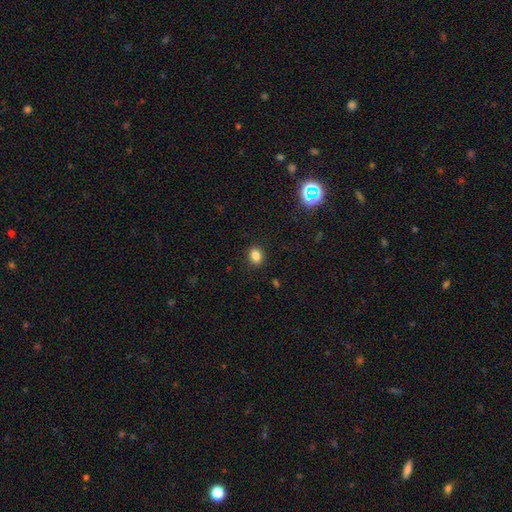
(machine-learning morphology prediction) smooth 83%, star or artifact 12%, featured or disk 5%. Down the decision tree: how rounded — in between (61%); merging — none (89%).